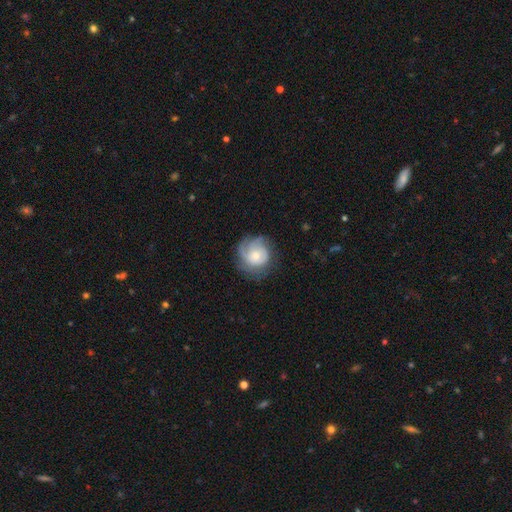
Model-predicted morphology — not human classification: A featured or disk galaxy (58%) with no bar (79%), spiral arms (84%) and a small central bulge (47%). Merging: none (61%).